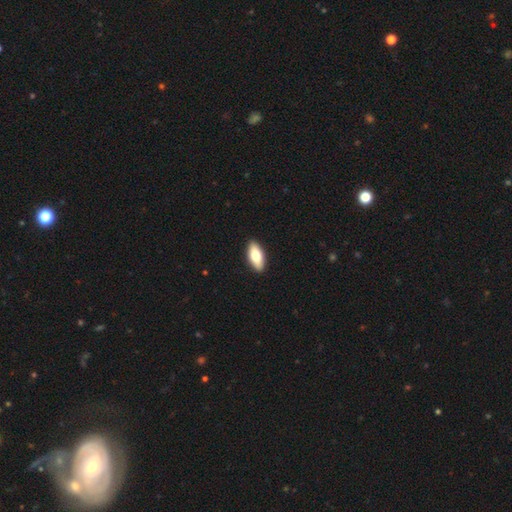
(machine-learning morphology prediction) The model was most divided on "smooth or featured": smooth: 76%, featured or disk: 18%, star or artifact: 6%. More confident: merging — none (91%); how rounded — in between (84%).